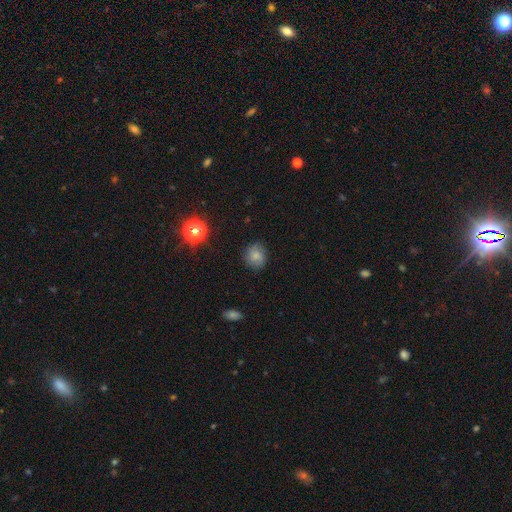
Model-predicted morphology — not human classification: type=smooth (77%); roundness=round (82%); merging=none (81%).